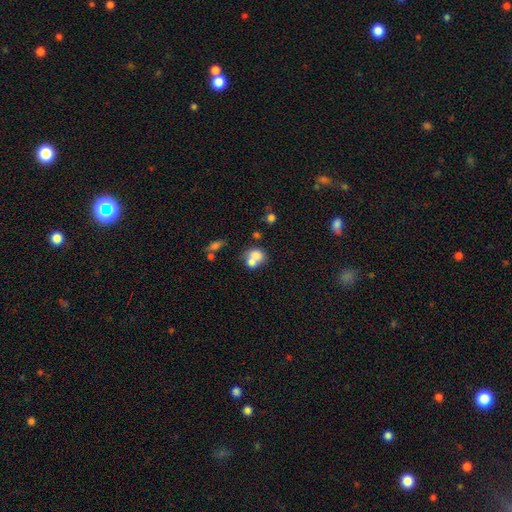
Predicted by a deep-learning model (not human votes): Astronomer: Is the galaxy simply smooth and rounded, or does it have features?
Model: smooth — 71%.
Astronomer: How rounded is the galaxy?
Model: round — 58% (runner-up: in between, 41%).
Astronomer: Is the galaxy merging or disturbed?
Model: merger — 62%.